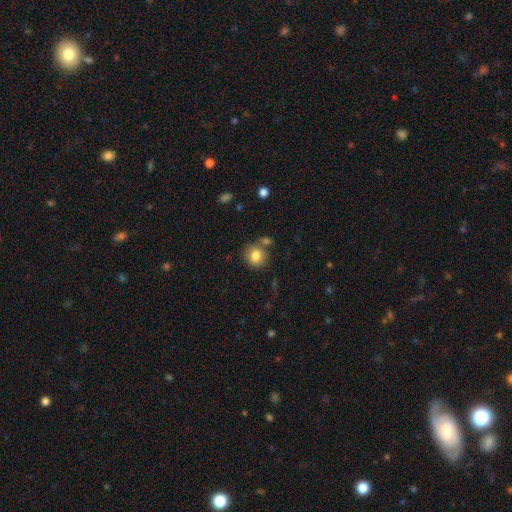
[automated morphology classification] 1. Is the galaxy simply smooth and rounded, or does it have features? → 82% smooth, 10% star or artifact, 8% featured or disk.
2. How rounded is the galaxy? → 79% round, 20% in between, 1% cigar-shaped.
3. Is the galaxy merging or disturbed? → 70% none, 14% merger, 12% minor disturbance, 4% major disturbance.